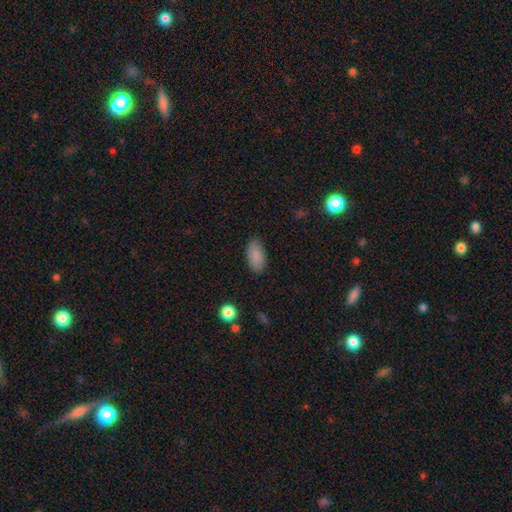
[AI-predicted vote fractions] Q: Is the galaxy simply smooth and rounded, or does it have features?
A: smooth — 88%.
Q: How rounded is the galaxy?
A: in between — 93%.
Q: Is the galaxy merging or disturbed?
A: none — 85%.